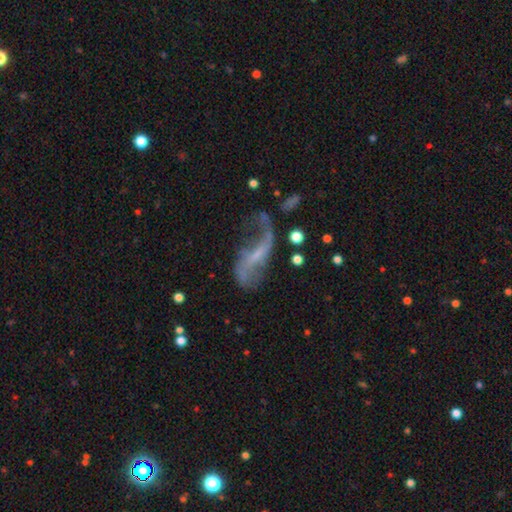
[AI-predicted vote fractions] This appears to be a featured or disk galaxy (76%) with a weak bar (41%), 2 (77%) loose (88%) spiral arms (80%) and a small central bulge (46%). Merging: none (37%).